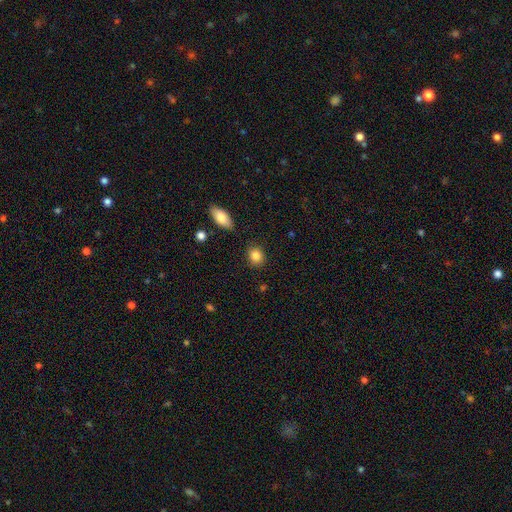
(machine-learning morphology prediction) This appears to be a smooth galaxy with no disk features (85%) that is round (66%). Merging: none (87%).